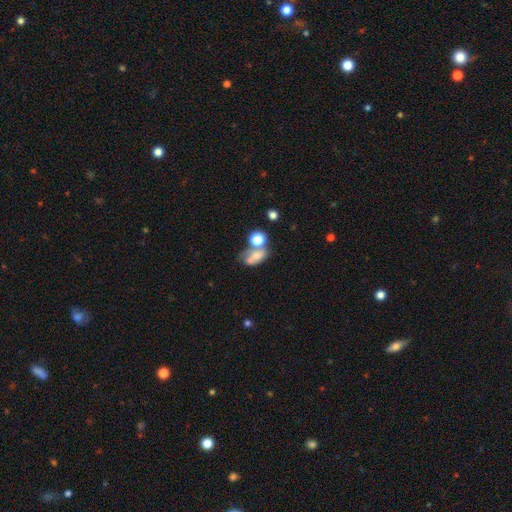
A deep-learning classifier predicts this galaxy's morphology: smooth_or_featured: smooth (p=0.60) [alt: featured or disk p=0.26]
how_rounded: in between (p=0.75) [alt: round p=0.22]
merging: merger (p=0.42) [alt: none p=0.26]